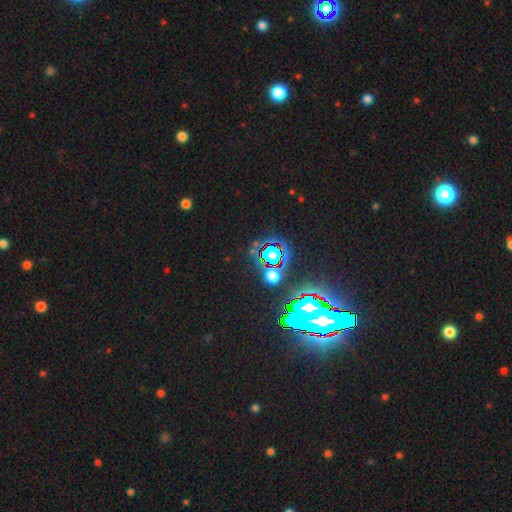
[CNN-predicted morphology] Smooth or featured? Predicted: star or artifact (p=0.83).